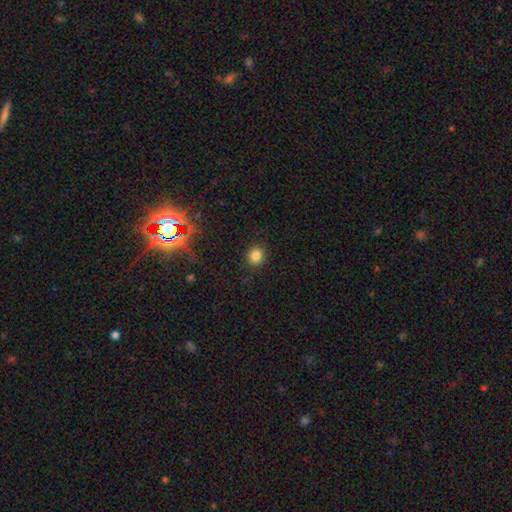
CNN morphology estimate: The model was most divided on "how rounded": round: 81%, in between: 18%, cigar-shaped: 1%. More confident: merging — none (89%); smooth or featured — smooth (83%).